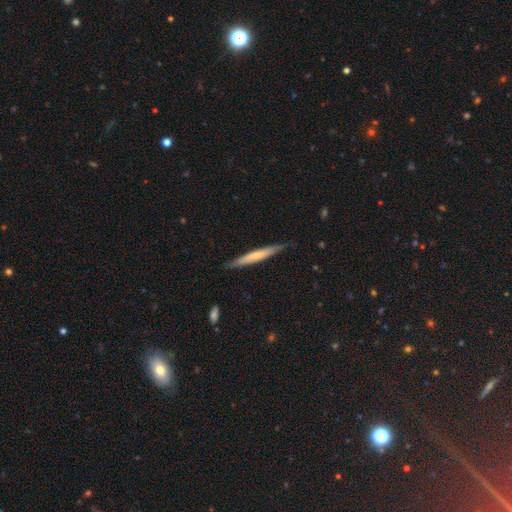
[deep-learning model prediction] smooth 57%, featured or disk 38%, star or artifact 5%. Down the decision tree: how rounded — cigar-shaped (96%); merging — none (84%).